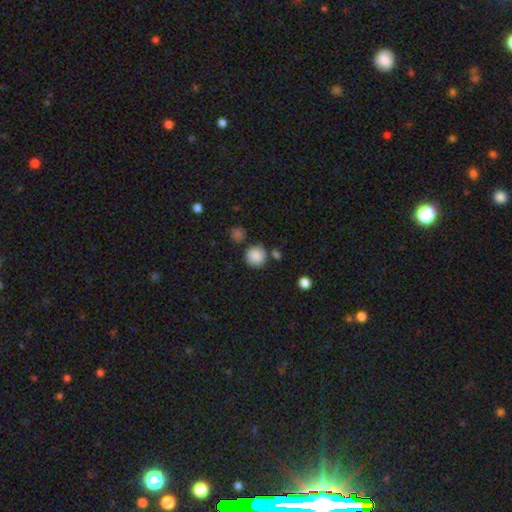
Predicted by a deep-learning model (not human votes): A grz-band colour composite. It shows a smooth galaxy with no disk features (87%) that is round (92%). Merging: none (79%).